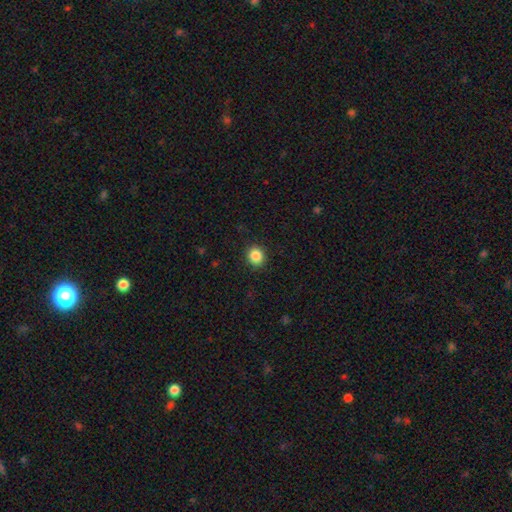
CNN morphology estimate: A smooth galaxy with no disk features (87%) that is round (80%).

Vote fractions:
- Smooth or featured? smooth: 87% / star or artifact: 10% / featured or disk: 4%
- How rounded? round: 80% / in between: 19% / cigar-shaped: 1%
- Merging? none: 91% / minor disturbance: 6% / major disturbance: 2% / merger: 1%